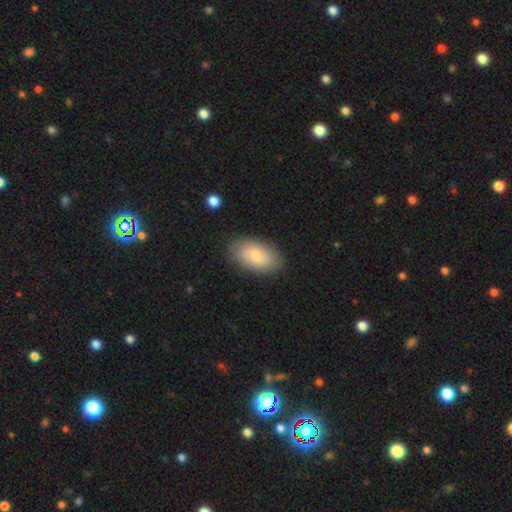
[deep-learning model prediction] Smooth or featured?
  - smooth: 72% *
  - featured or disk: 21%
  - star or artifact: 6%
How rounded?
  - in between: 94% *
  - round: 5%
  - cigar-shaped: 2%
Merging?
  - none: 85% *
  - minor disturbance: 11%
  - major disturbance: 3%
  - merger: 1%